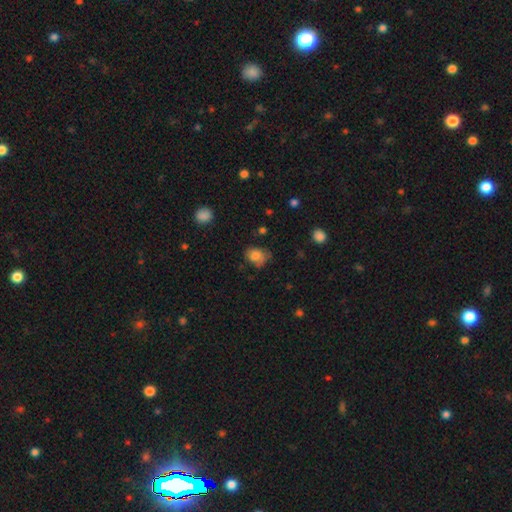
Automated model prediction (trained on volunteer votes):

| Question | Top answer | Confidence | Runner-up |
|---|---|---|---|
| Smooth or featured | smooth | 78% | featured or disk (11%) |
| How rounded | in between | 60% | round (39%) |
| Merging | none | 51% | minor disturbance (33%) |